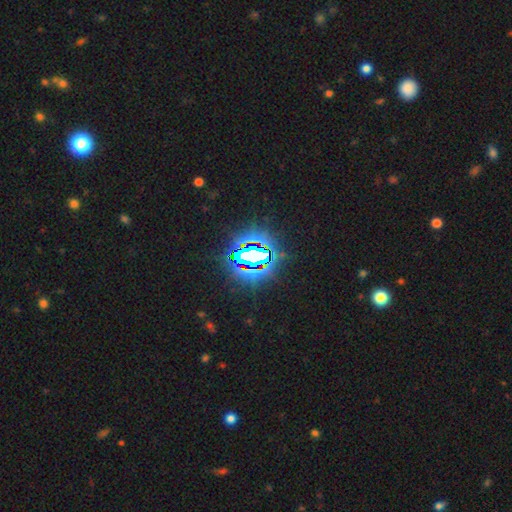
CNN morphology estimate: smooth-or-featured: star or artifact: 78% | smooth: 12% | featured or disk: 10%